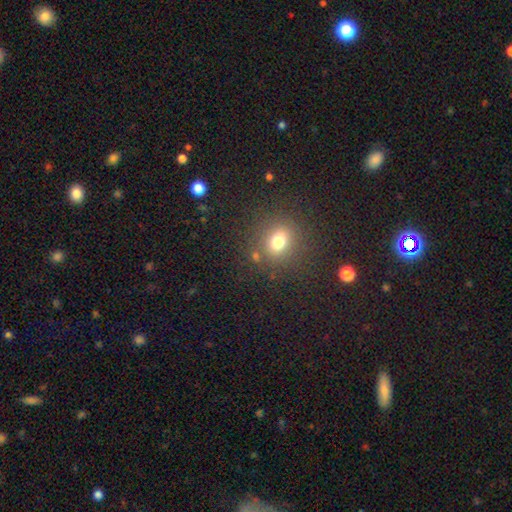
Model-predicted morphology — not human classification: smooth 70%, star or artifact 20%, featured or disk 10%. Down the decision tree: how rounded — round (63%); merging — none (81%).